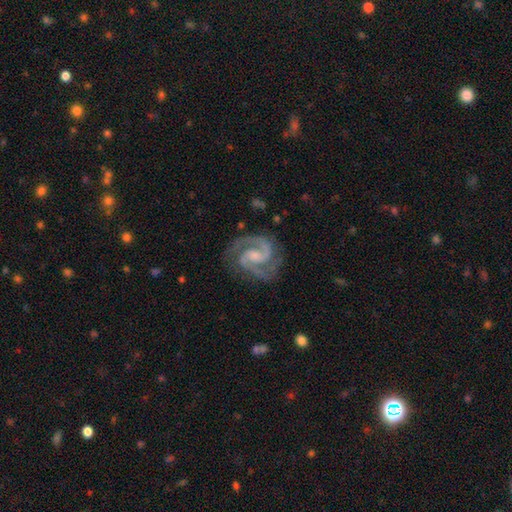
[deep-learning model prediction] featured or disk 93%, star or artifact 4%, smooth 3%. Down the decision tree: edge-on disk — no (98%); bar — weak (49%); spiral arms — yes (99%); spiral arm count — 2 (91%); spiral winding — medium (59%); bulge size — small (39%); merging — none (80%).